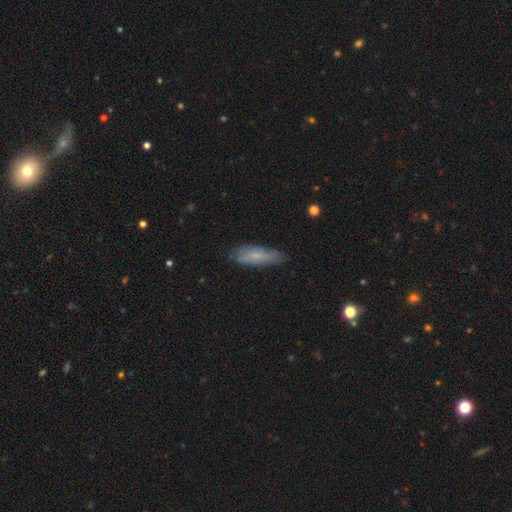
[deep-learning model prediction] smooth_or_featured: smooth (p=0.63) [alt: featured or disk p=0.30]
how_rounded: cigar-shaped (p=0.55) [alt: in between p=0.43]
merging: none (p=0.74) [alt: minor disturbance p=0.21]